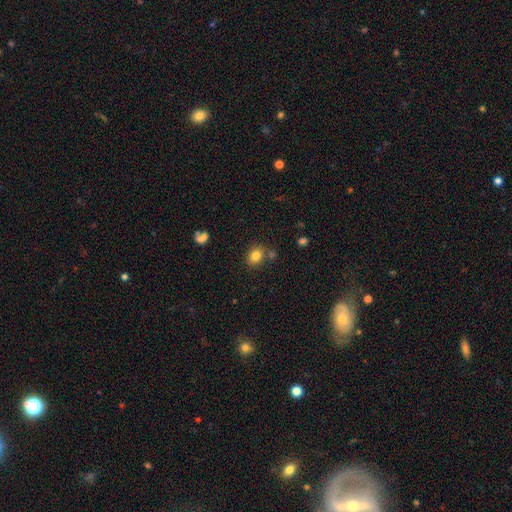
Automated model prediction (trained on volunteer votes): Q: Smooth or featured?
A: smooth (82%); runner-up: star or artifact (11%)
Q: How rounded?
A: in between (50%); runner-up: round (49%)
Q: Merging?
A: none (74%); runner-up: minor disturbance (12%)